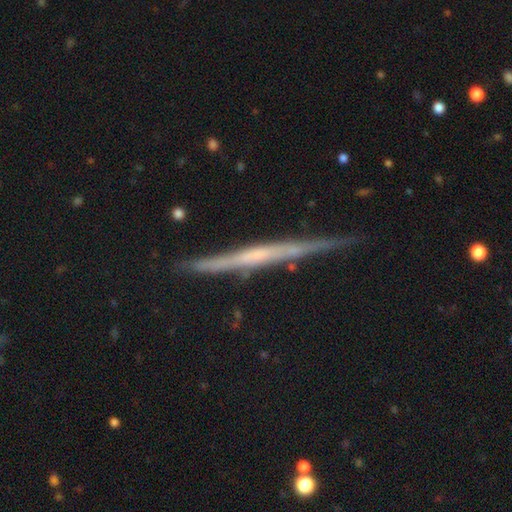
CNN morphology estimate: The model was most divided on "smooth or featured": featured or disk: 70%, smooth: 24%, star or artifact: 7%. More confident: edge-on disk — yes (97%); merging — none (81%); edge-on bulge — none (70%).